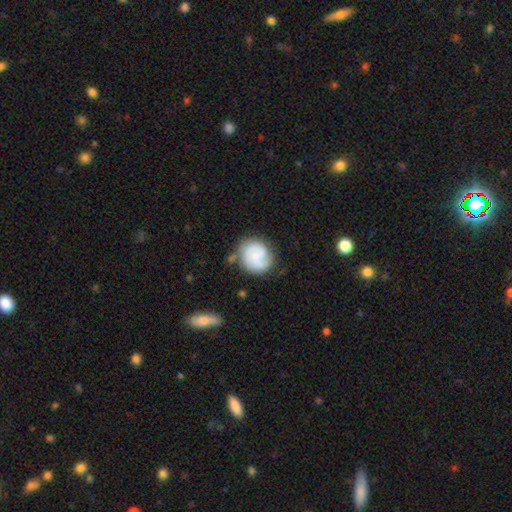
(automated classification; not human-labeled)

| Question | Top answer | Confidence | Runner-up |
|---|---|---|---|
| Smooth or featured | featured or disk | 55% | smooth (38%) |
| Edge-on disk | no | 98% | yes (2%) |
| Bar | no | 66% | weak (29%) |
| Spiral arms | yes | 88% | no (12%) |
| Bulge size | small | 59% | moderate (21%) |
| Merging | none | 67% | minor disturbance (20%) |